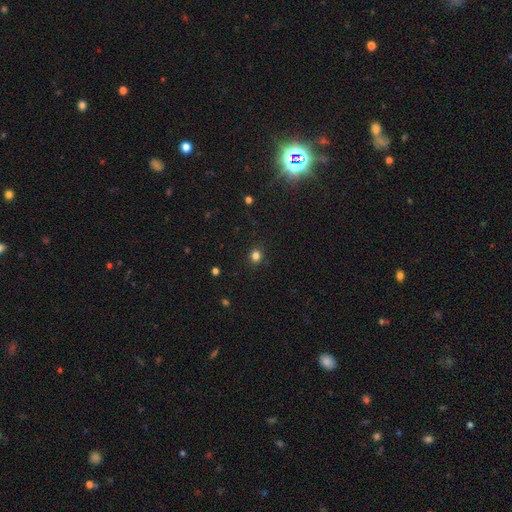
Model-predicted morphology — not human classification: Smooth or featured? smooth (81%)
How rounded? round (81%)
Merging? none (89%)